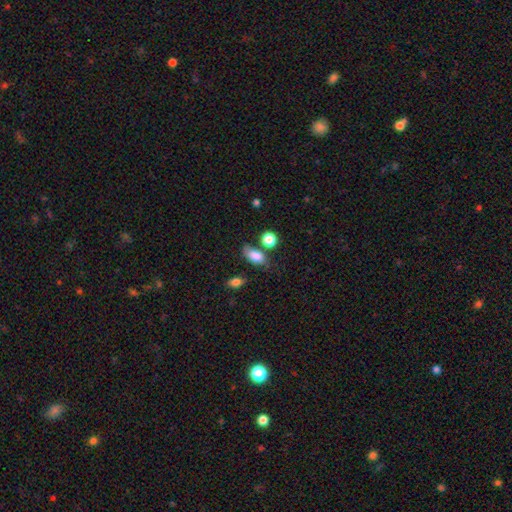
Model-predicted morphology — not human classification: Smooth or featured?
  - smooth: 80% *
  - star or artifact: 11%
  - featured or disk: 10%
How rounded?
  - in between: 81% *
  - round: 15%
  - cigar-shaped: 4%
Merging?
  - none: 52% *
  - minor disturbance: 24%
  - merger: 14%
  - major disturbance: 10%